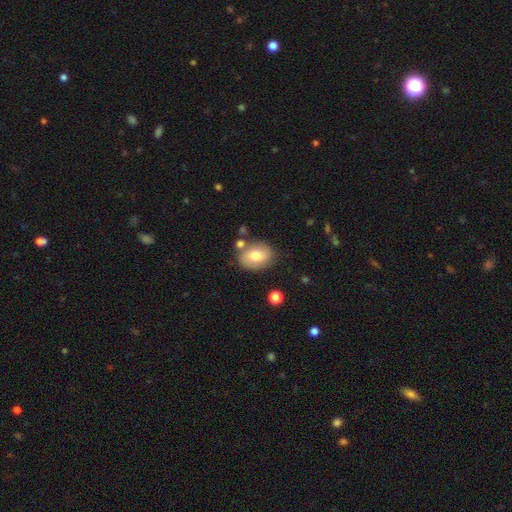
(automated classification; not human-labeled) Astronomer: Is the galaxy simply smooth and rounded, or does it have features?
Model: smooth — 66%.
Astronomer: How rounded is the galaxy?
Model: in between — 65%.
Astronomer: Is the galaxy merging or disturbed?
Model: none — 72%.